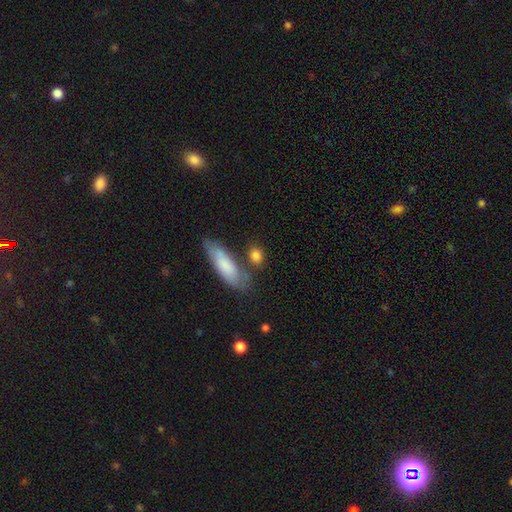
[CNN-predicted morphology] Smooth or featured? smooth (82%)
How rounded? in between (54%)
Merging? none (65%)